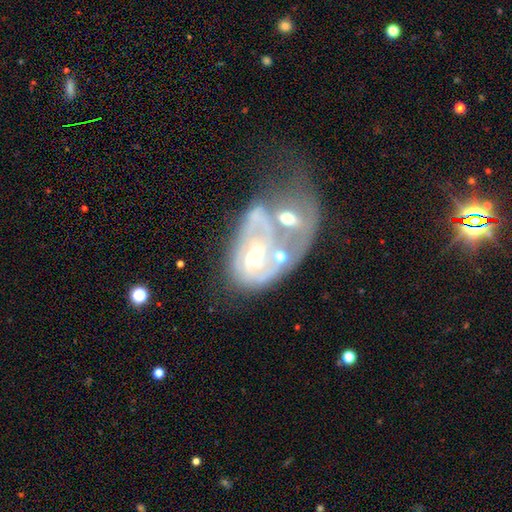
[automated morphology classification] featured or disk 75%, smooth 16%, star or artifact 10%. Down the decision tree: edge-on disk — no (97%); bar — no (55%); spiral arms — yes (70%); spiral arm count — can't tell (39%); spiral winding — tight (38%); bulge size — moderate (51%); merging — merger (60%).